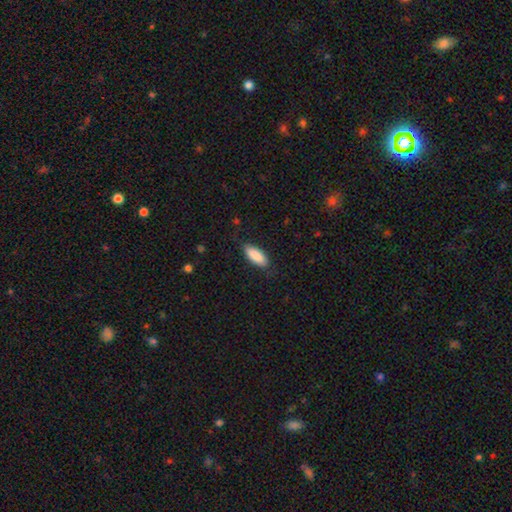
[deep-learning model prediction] A smooth galaxy with no disk features (87%) that is in between round and cigar-shaped (77%).

Vote fractions:
- Smooth or featured? smooth: 87% / featured or disk: 7% / star or artifact: 6%
- How rounded? in between: 77% / cigar-shaped: 21% / round: 2%
- Merging? none: 83% / minor disturbance: 13% / major disturbance: 3% / merger: 1%